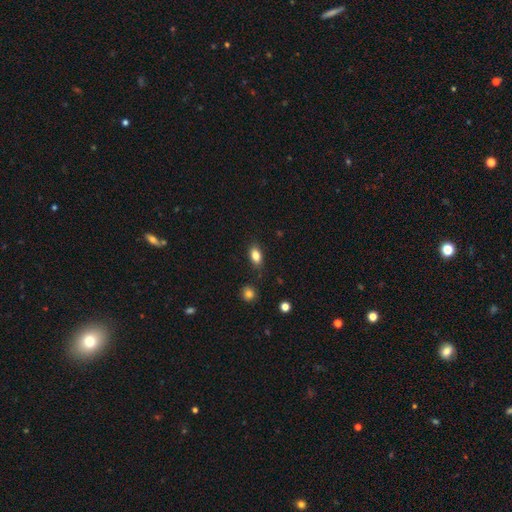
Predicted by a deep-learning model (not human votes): Overall: smooth (84%). How rounded: in between (86%). Merging: none (82%).